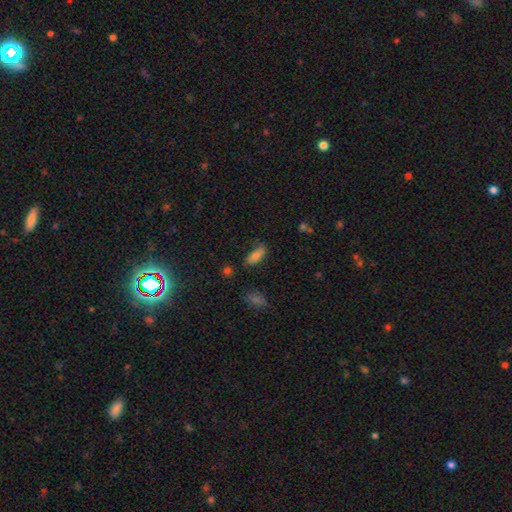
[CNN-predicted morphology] This appears to be a smooth galaxy with no disk features (74%) that is in between round and cigar-shaped (80%). Merging: none (62%).